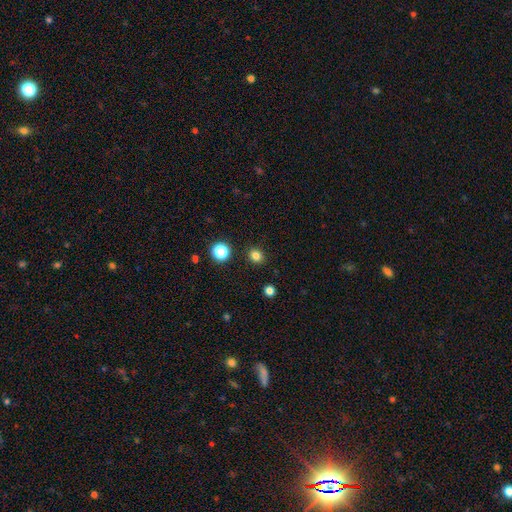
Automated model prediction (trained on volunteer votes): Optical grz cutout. It shows a smooth galaxy with no disk features (81%) that is round (74%). Merging: none (90%).